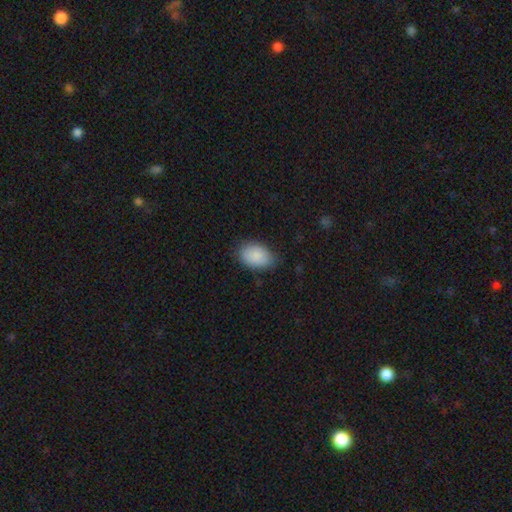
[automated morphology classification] The model was most divided on "merging": none: 78%, minor disturbance: 18%, major disturbance: 4%, merger: 1%. More confident: how rounded — in between (88%); smooth or featured — smooth (86%).